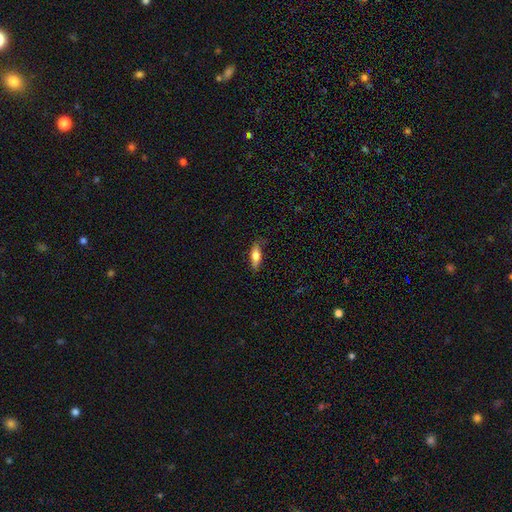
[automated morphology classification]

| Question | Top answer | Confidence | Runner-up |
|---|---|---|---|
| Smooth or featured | smooth | 73% | featured or disk (20%) |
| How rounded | in between | 61% | cigar-shaped (37%) |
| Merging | none | 75% | minor disturbance (20%) |